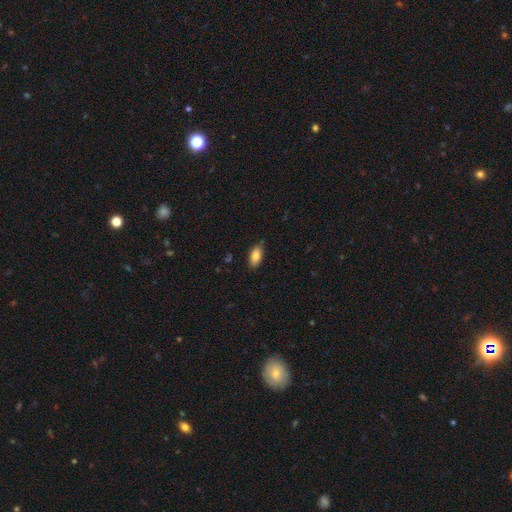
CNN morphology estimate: Q: Smooth or featured?
A: smooth (84%); runner-up: featured or disk (9%)
Q: How rounded?
A: in between (90%); runner-up: cigar-shaped (6%)
Q: Merging?
A: none (81%); runner-up: minor disturbance (15%)